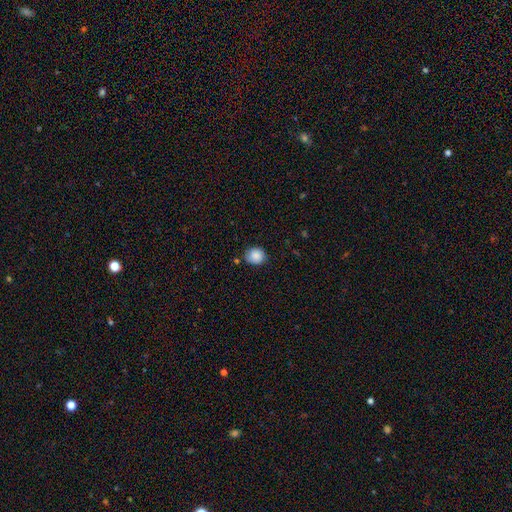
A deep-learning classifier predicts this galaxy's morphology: The model was most divided on "how rounded": round: 78%, in between: 21%, cigar-shaped: 1%. More confident: smooth or featured — smooth (86%); merging — none (77%).